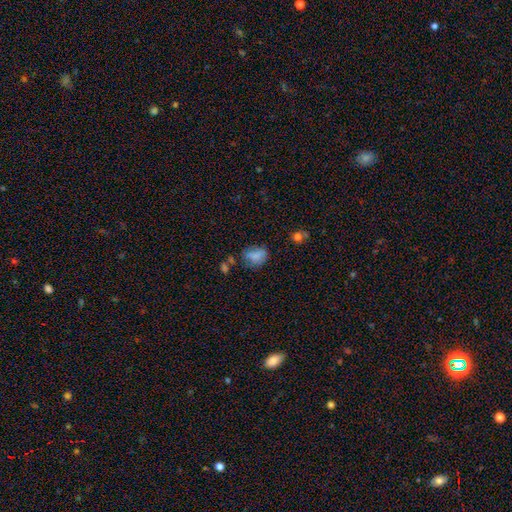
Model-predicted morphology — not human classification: smooth 75%, featured or disk 14%, star or artifact 11%. Down the decision tree: how rounded — in between (67%); merging — none (53%).